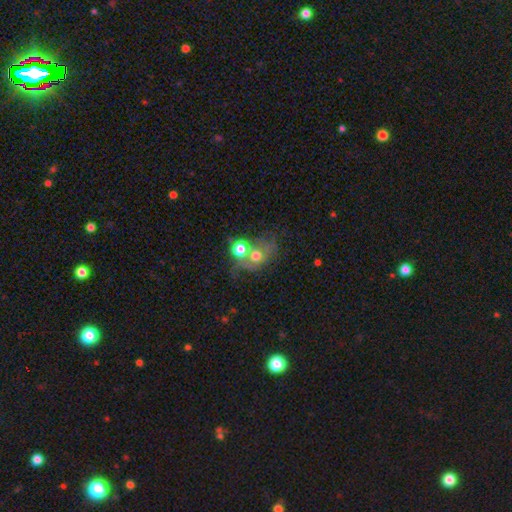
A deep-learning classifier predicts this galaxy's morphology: Smooth or featured? Predicted: smooth (p=0.51). How rounded? Predicted: round (p=0.61). Merging? Predicted: merger (p=0.41).